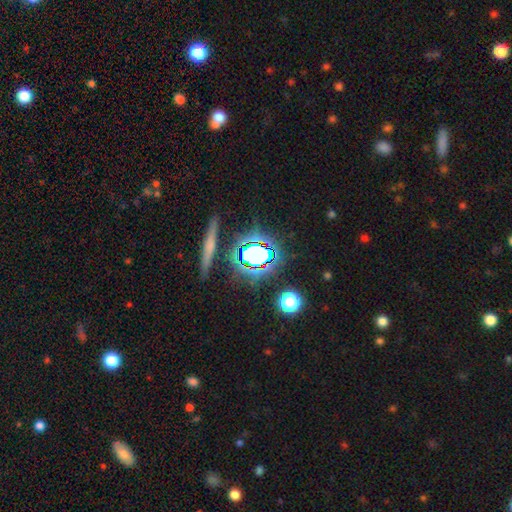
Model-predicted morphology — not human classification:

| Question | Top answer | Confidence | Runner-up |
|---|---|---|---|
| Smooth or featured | star or artifact | 60% | smooth (23%) |